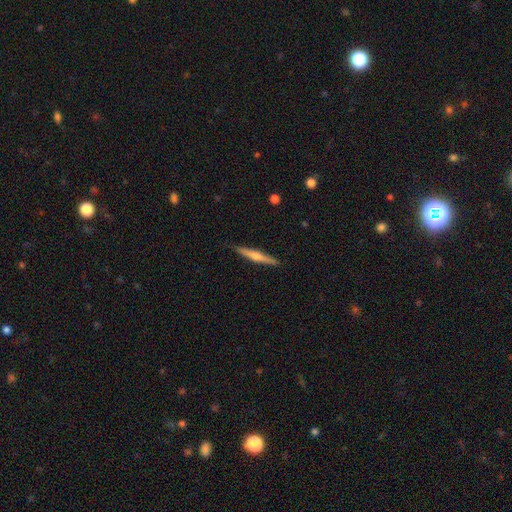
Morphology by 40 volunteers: A featured or disk galaxy (80%) viewed edge-on (97%) with a rounded central bulge (94%). Merging: none (85%).